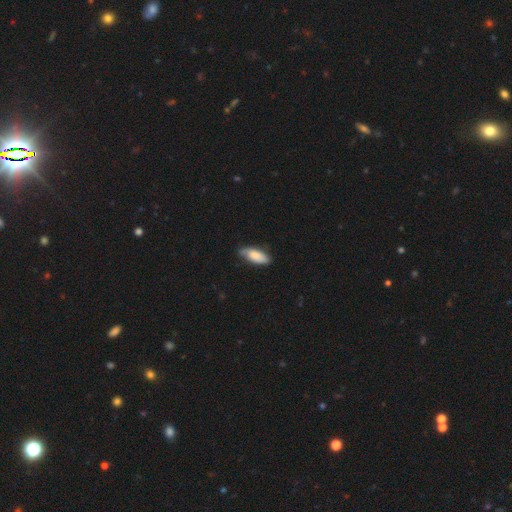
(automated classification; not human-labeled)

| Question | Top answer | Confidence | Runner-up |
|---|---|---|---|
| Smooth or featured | smooth | 78% | featured or disk (16%) |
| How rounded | in between | 75% | cigar-shaped (23%) |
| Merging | none | 72% | minor disturbance (23%) |